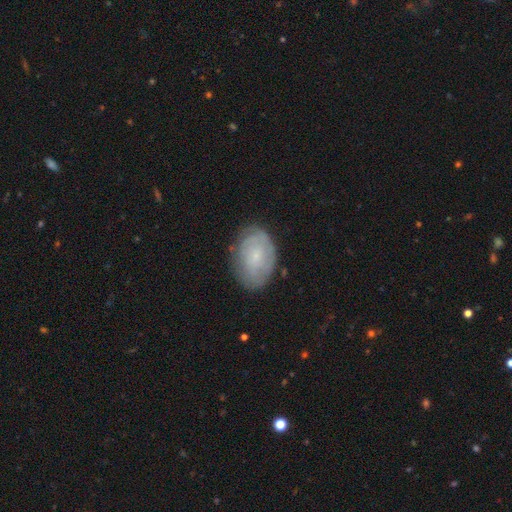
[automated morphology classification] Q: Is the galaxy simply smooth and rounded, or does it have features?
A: featured or disk — 47%.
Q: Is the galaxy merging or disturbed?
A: none — 75%.